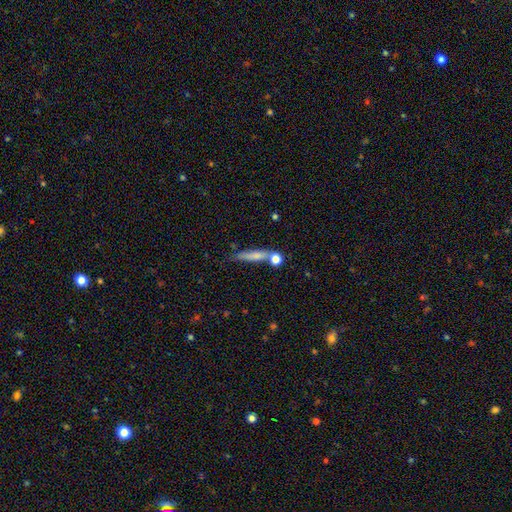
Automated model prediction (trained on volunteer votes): Smooth or featured: smooth — 68% (featured or disk — 24%)
How rounded: cigar-shaped — 79% (in between — 15%)
Merging: none — 56% (merger — 20%)